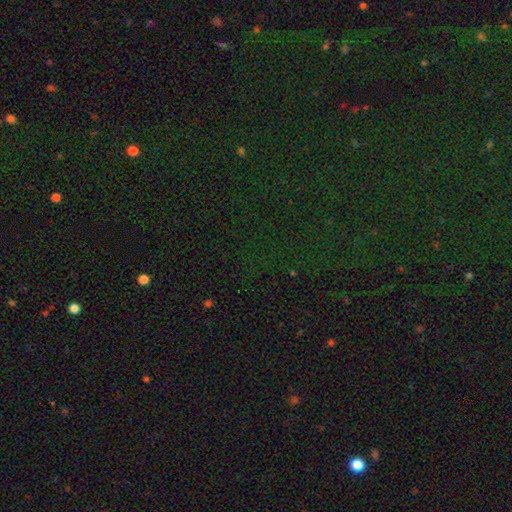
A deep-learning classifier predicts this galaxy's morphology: A star or artifact, not a galaxy (79%).